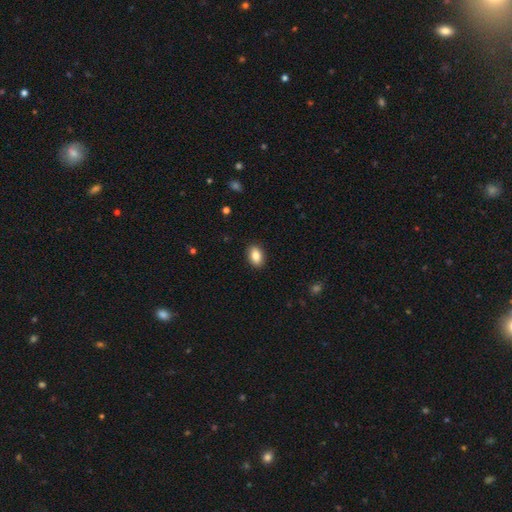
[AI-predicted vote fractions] smooth_or_featured: smooth (p=0.86) [alt: star or artifact p=0.08]
how_rounded: in between (p=0.86) [alt: round p=0.12]
merging: none (p=0.90) [alt: minor disturbance p=0.08]